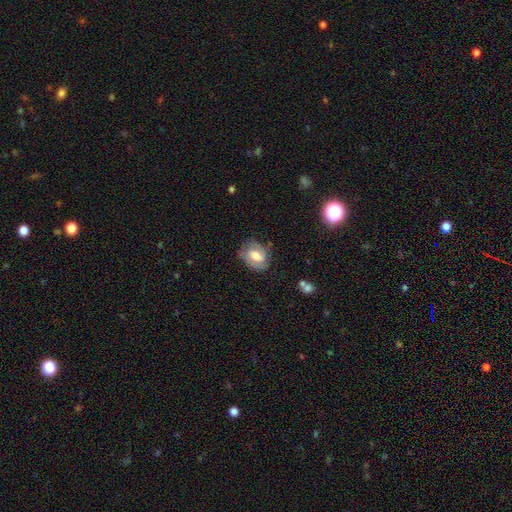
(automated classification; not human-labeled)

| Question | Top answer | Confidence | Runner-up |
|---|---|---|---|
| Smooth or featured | featured or disk | 59% | smooth (33%) |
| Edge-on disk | no | 97% | yes (3%) |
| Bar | weak | 47% | no (38%) |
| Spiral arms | yes | 82% | no (18%) |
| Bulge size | moderate | 62% | large (19%) |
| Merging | none | 71% | minor disturbance (21%) |